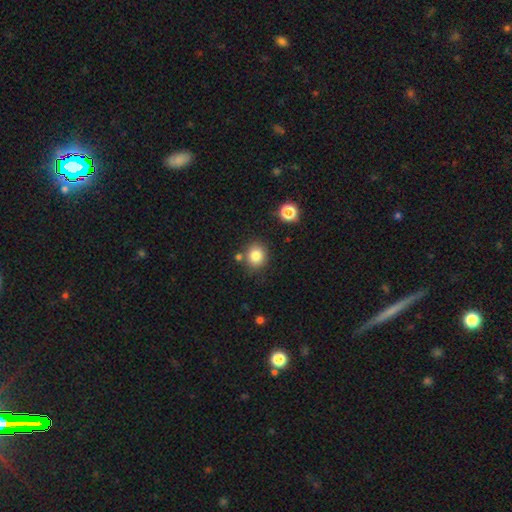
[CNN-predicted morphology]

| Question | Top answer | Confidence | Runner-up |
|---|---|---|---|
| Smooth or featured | smooth | 83% | star or artifact (11%) |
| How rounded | round | 84% | in between (16%) |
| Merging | none | 79% | minor disturbance (10%) |